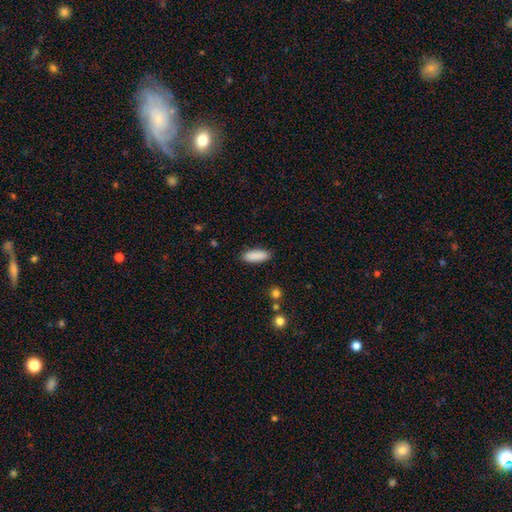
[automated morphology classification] Smooth or featured: smooth — 89% (star or artifact — 6%)
How rounded: in between — 66% (cigar-shaped — 32%)
Merging: none — 88% (minor disturbance — 8%)